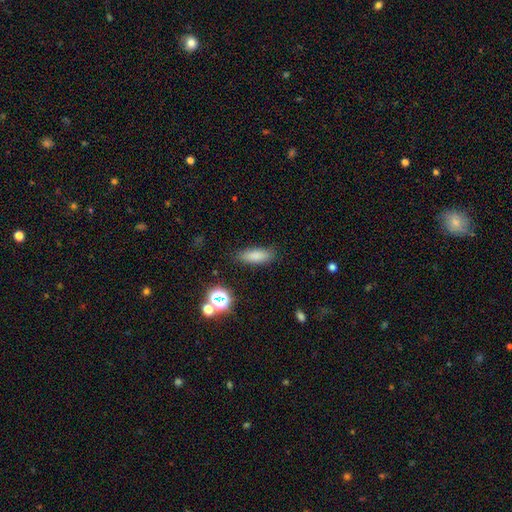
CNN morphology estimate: type=smooth (81%); roundness=in between (62%); merging=none (82%).